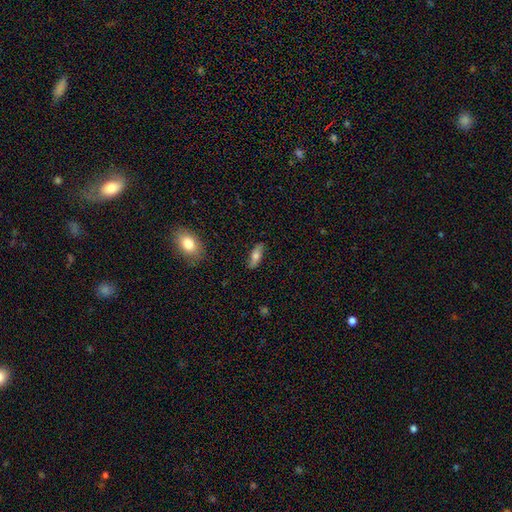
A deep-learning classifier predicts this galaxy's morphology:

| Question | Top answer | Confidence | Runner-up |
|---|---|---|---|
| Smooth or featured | smooth | 64% | featured or disk (29%) |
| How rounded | in between | 62% | cigar-shaped (35%) |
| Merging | none | 83% | minor disturbance (13%) |